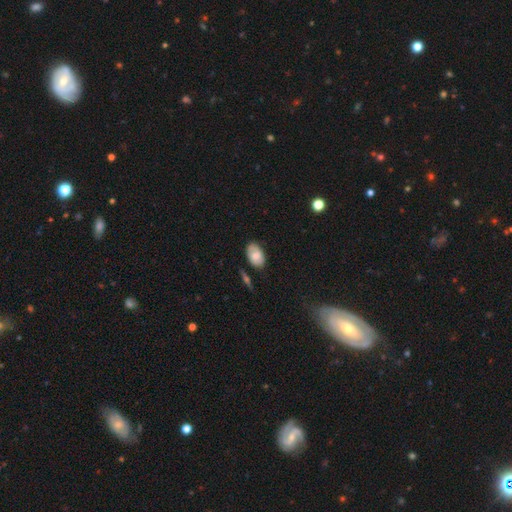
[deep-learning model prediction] Smooth or featured? smooth (71%)
How rounded? in between (92%)
Merging? none (74%)